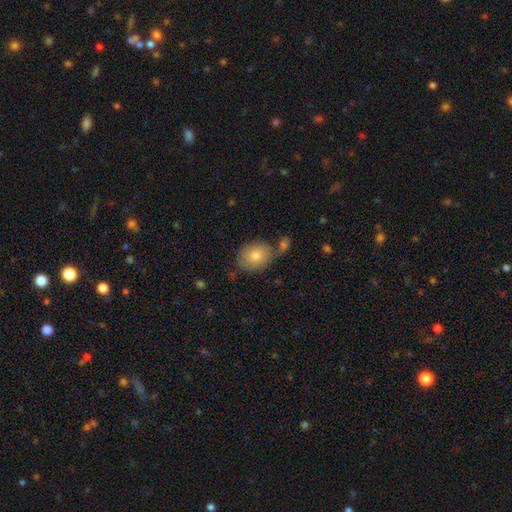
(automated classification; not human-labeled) The model was most divided on "how rounded": in between: 52%, round: 46%, cigar-shaped: 1%. More confident: smooth or featured — smooth (77%); merging — none (65%).